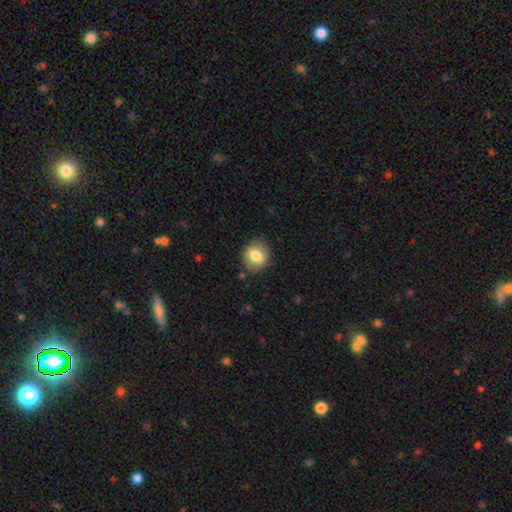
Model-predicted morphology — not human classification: The model was most divided on "how rounded": round: 71%, in between: 28%, cigar-shaped: 1%. More confident: merging — none (82%); smooth or featured — smooth (79%).